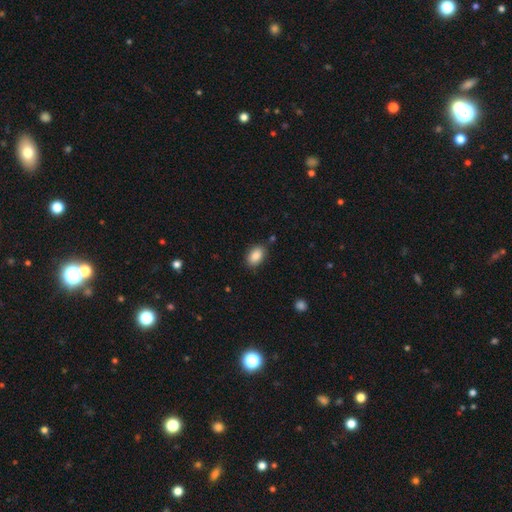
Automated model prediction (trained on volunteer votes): This is clearly a smooth galaxy (87%). How rounded: clearly in between (86%). Merging: clearly none (83%).